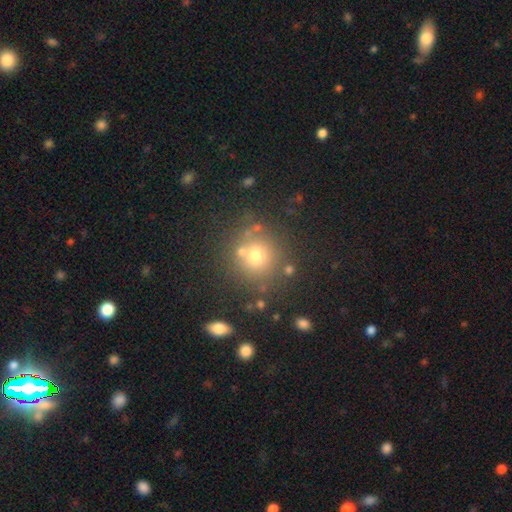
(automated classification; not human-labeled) smooth-or-featured: smooth: 68% | star or artifact: 19% | featured or disk: 13%
  how-rounded: round: 90% | in between: 9% | cigar-shaped: 1%
  merging: none: 74% | merger: 11% | minor disturbance: 10% | major disturbance: 5%